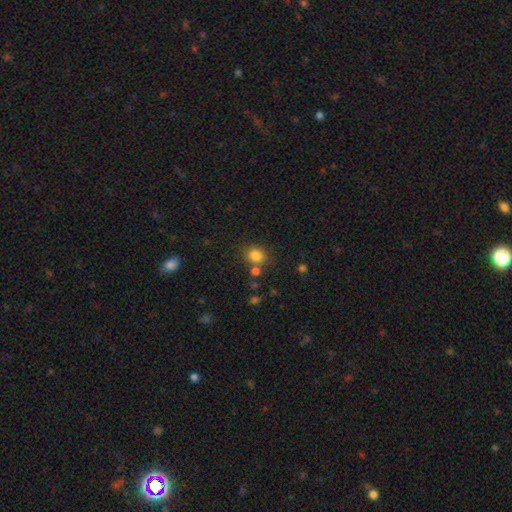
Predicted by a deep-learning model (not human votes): A smooth galaxy with no disk features (83%) that is round (74%). Merging: none (72%).